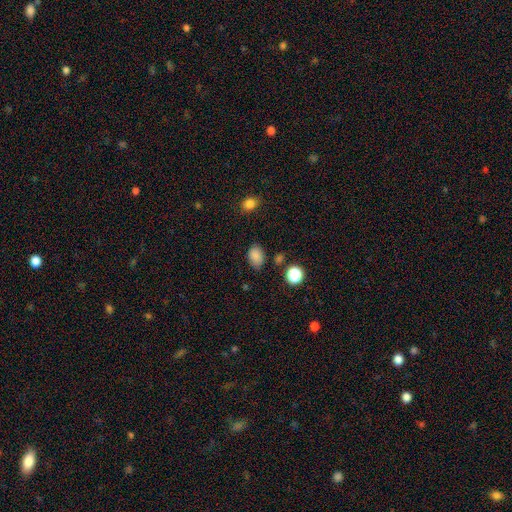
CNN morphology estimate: The model was most divided on "merging": none: 75%, minor disturbance: 18%, major disturbance: 4%, merger: 3%. More confident: smooth or featured — smooth (84%); how rounded — in between (83%).